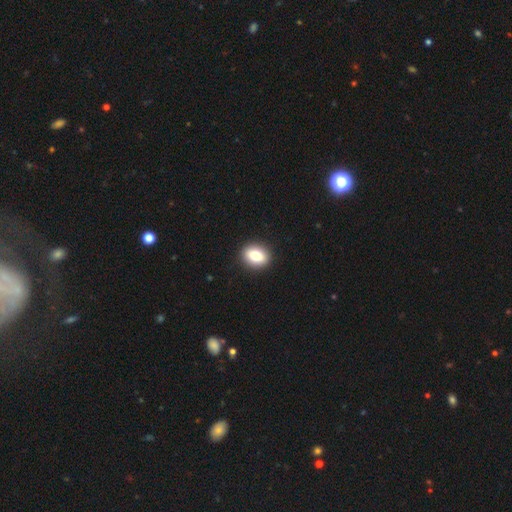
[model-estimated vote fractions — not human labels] Smooth or featured? Predicted: smooth (p=0.80). How rounded? Predicted: in between (p=0.59). Merging? Predicted: none (p=0.91).